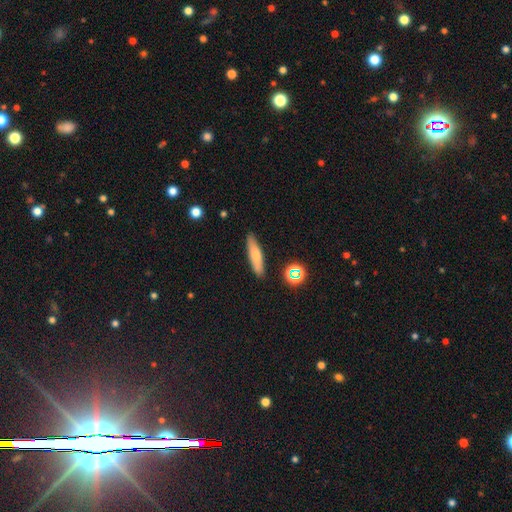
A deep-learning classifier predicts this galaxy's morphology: smooth-or-featured: smooth: 69% | featured or disk: 23% | star or artifact: 9%
  how-rounded: cigar-shaped: 73% | in between: 24% | round: 3%
  merging: none: 86% | minor disturbance: 10% | merger: 2% | major disturbance: 2%